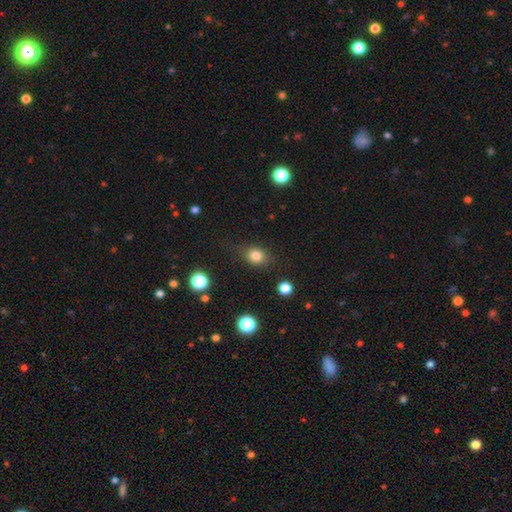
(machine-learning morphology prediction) This appears to be a smooth galaxy with no disk features (81%) that is round (60%). Merging: none (77%).